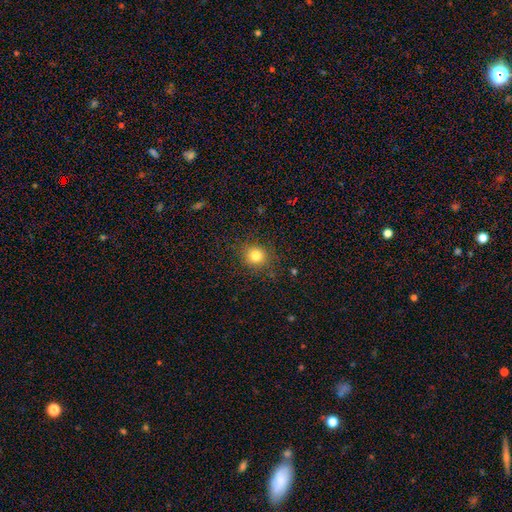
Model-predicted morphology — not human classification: Smooth or featured? smooth (81%)
How rounded? round (86%)
Merging? none (86%)